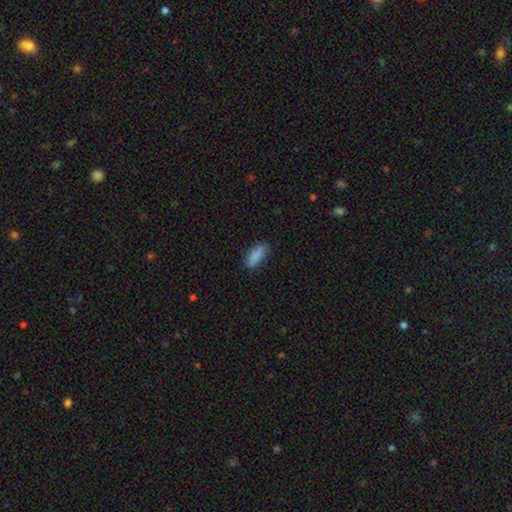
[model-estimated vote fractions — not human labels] Smooth or featured? smooth (87%)
How rounded? in between (76%)
Merging? none (80%)